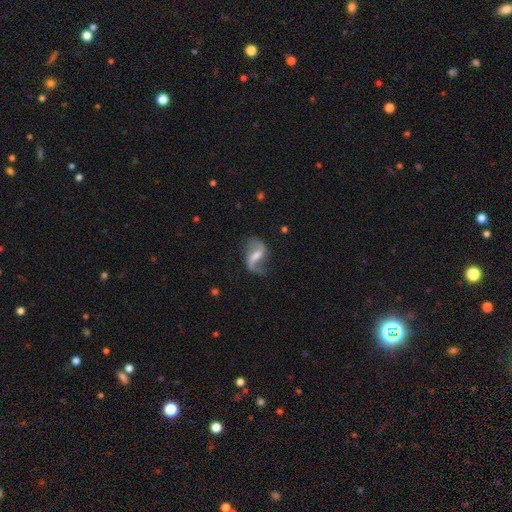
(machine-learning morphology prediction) smooth-or-featured: featured or disk: 85% | smooth: 9% | star or artifact: 6%
  disk-edge-on: no: 97% | yes: 3%
    bar: weak: 48% | strong: 35% | no: 17%
    has-spiral-arms: yes: 94% | no: 6%
      spiral-winding: loose: 76% | medium: 20% | tight: 4%
      spiral-arm-count: 2: 87% | 1: 8% | can't tell: 2% | 3: 1% | 4: 1% | more than 4: 1%
    bulge-size: moderate: 42% | small: 33% | none: 16% | large: 7% | dominant: 1%
  merging: none: 66% | minor disturbance: 18% | major disturbance: 13% | merger: 2%